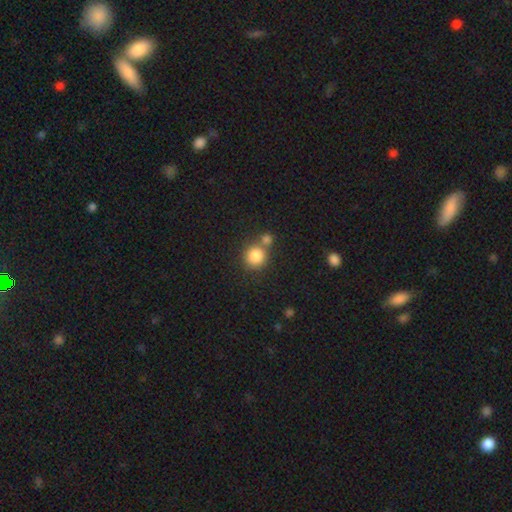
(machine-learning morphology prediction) Smooth or featured? Predicted: smooth (p=0.84). How rounded? Predicted: round (p=0.90). Merging? Predicted: none (p=0.58).